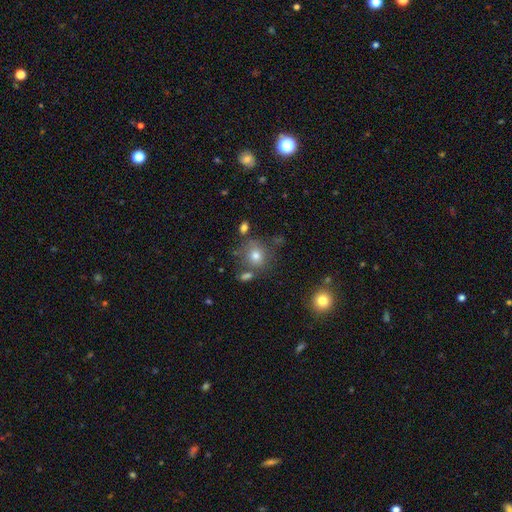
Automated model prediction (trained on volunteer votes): Smooth or featured? smooth (75%)
How rounded? round (77%)
Merging? none (68%)